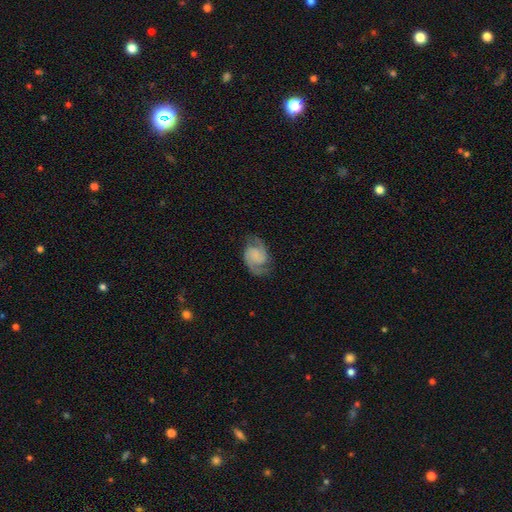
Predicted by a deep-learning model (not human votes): Smooth or featured? featured or disk (85%)
Edge-on disk? no (98%)
Bar? no (63%)
Spiral arms? yes (97%)
Spiral winding? medium (53%)
Spiral arm count? 2 (93%)
Bulge size? none (58%)
Merging? none (76%)